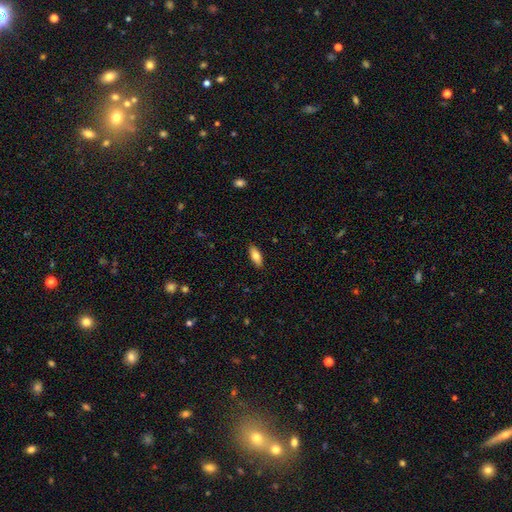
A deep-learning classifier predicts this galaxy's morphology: smooth 79%, featured or disk 14%, star or artifact 6%. Down the decision tree: how rounded — in between (79%); merging — none (89%).